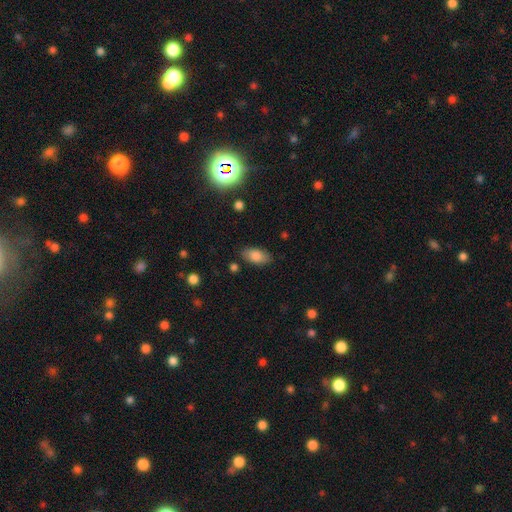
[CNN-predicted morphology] This appears to be a smooth galaxy with no disk features (83%) that is in between round and cigar-shaped (92%). Merging: none (83%).